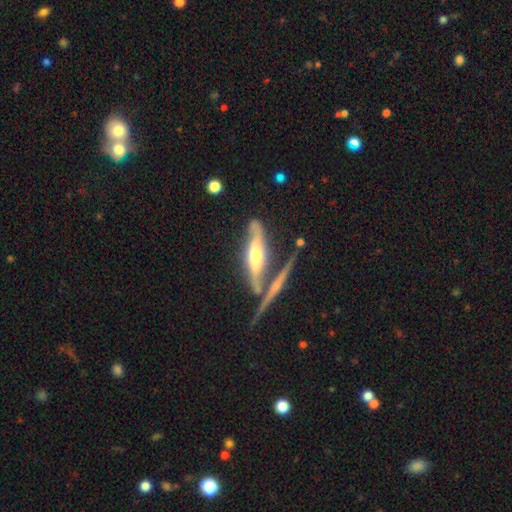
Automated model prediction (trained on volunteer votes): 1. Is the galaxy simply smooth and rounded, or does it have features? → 71% featured or disk, 21% smooth, 7% star or artifact.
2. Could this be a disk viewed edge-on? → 73% yes, 27% no.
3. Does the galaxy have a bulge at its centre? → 76% rounded, 13% boxy, 11% none.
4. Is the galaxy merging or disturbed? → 41% none, 31% merger, 17% minor disturbance, 12% major disturbance.